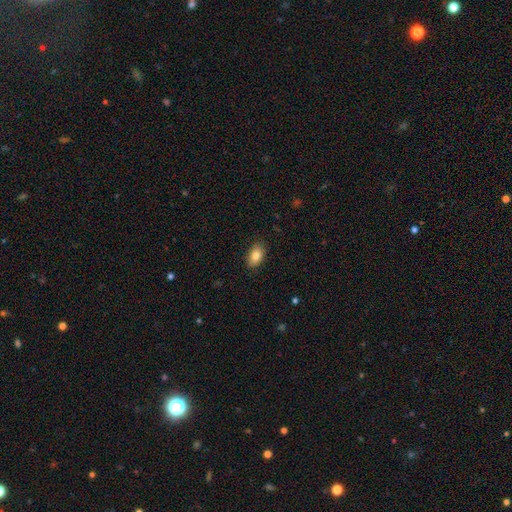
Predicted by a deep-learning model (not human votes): smooth 84%, featured or disk 8%, star or artifact 7%. Down the decision tree: how rounded — in between (91%); merging — none (87%).